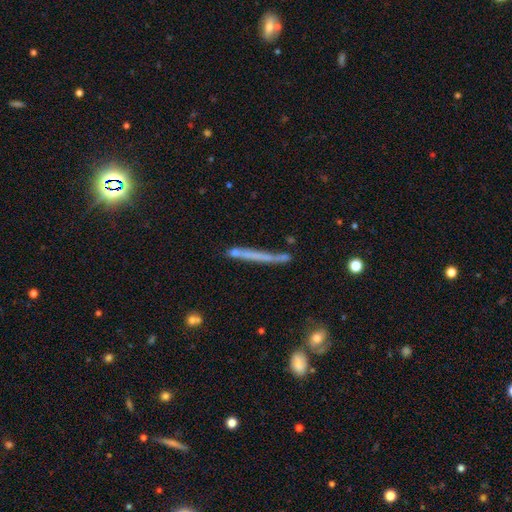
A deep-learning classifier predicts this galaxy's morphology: A smooth galaxy with no disk features (46%).

Vote fractions:
- Smooth or featured? smooth: 46% / featured or disk: 44% / star or artifact: 10%
- Merging? none: 72% / minor disturbance: 16% / merger: 7% / major disturbance: 5%